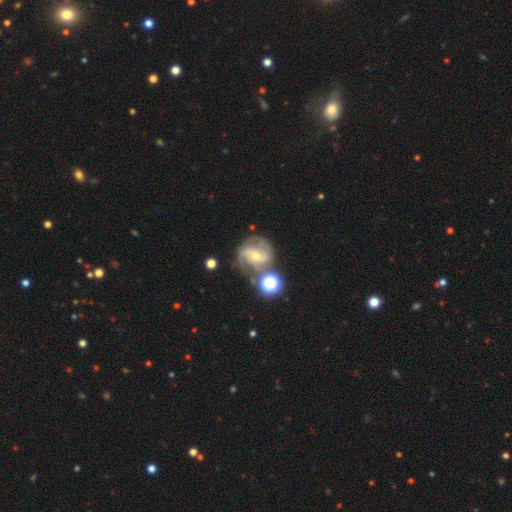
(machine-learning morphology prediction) Q: Smooth or featured?
A: featured or disk (82%); runner-up: smooth (9%)
Q: Edge-on disk?
A: no (97%); runner-up: yes (3%)
Q: Bar?
A: weak (42%); runner-up: no (35%)
Q: Spiral arms?
A: yes (95%); runner-up: no (5%)
Q: Spiral winding?
A: medium (49%); runner-up: tight (34%)
Q: Spiral arm count?
A: 2 (41%); runner-up: 3 (32%)
Q: Bulge size?
A: small (49%); runner-up: moderate (47%)
Q: Merging?
A: none (59%); runner-up: minor disturbance (18%)